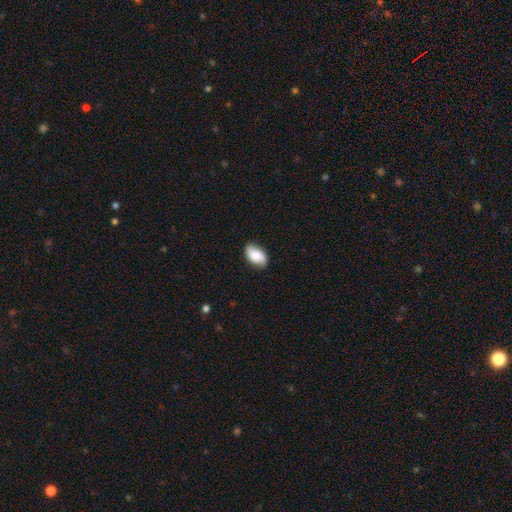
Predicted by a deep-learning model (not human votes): The model was most divided on "smooth or featured": smooth: 72%, featured or disk: 20%, star or artifact: 7%. More confident: how rounded — in between (93%); merging — none (82%).